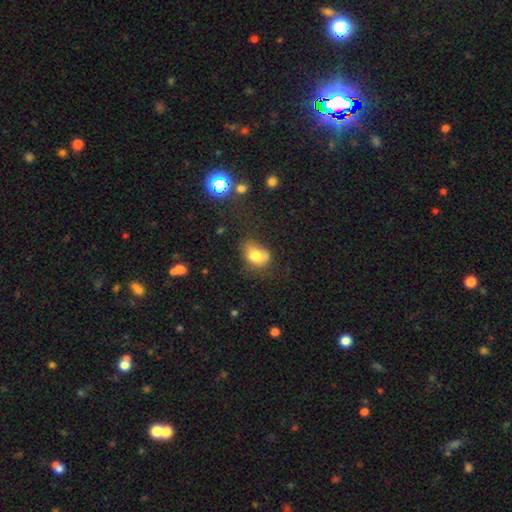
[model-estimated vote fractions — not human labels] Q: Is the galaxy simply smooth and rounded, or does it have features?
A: smooth — 74%.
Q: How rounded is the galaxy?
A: in between — 63%.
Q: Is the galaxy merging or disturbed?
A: none — 42%.